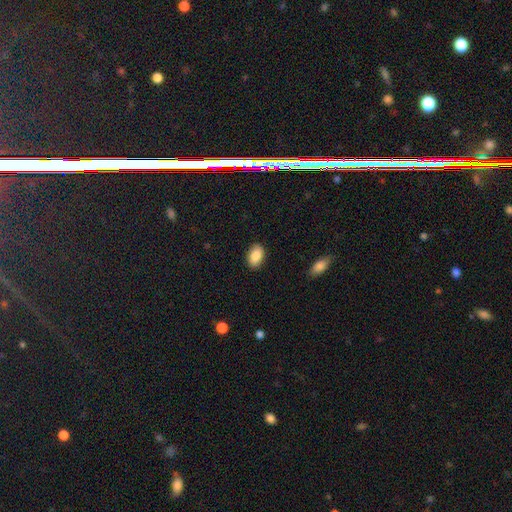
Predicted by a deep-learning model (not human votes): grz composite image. It shows a smooth galaxy with no disk features (87%) that is in between round and cigar-shaped (90%). Merging: none (88%).